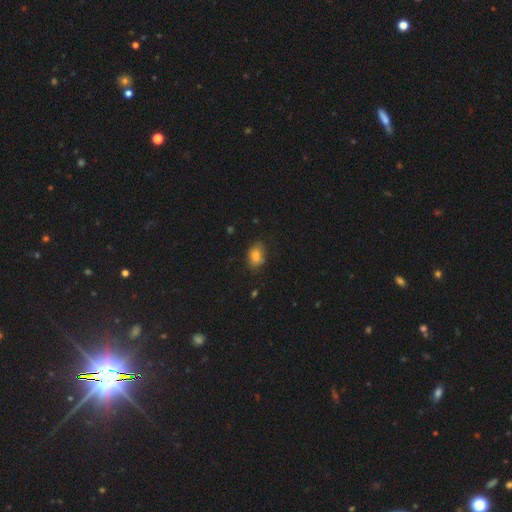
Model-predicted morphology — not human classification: This appears to be a smooth galaxy with no disk features (79%) that is in between round and cigar-shaped (79%). Merging: none (71%).